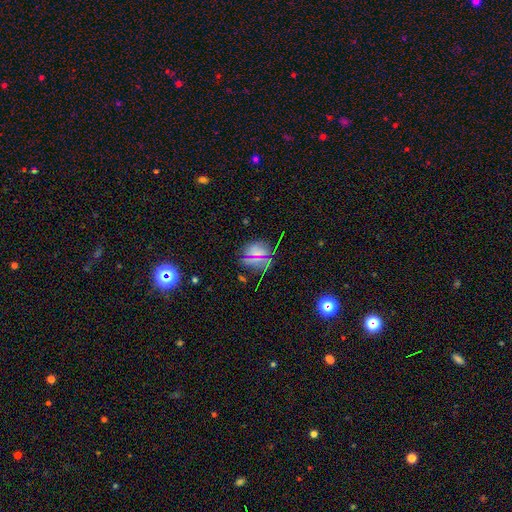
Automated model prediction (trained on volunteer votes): smooth_or_featured: star or artifact (p=0.42) [alt: smooth p=0.38]